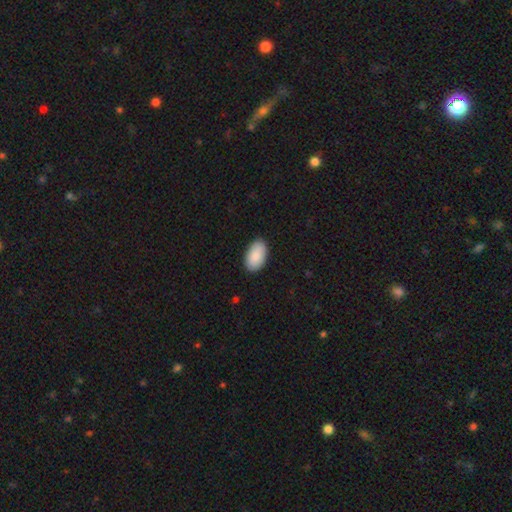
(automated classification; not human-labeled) The model was most divided on "merging": none: 87%, minor disturbance: 10%, major disturbance: 2%, merger: 1%. More confident: how rounded — in between (95%); smooth or featured — smooth (90%).